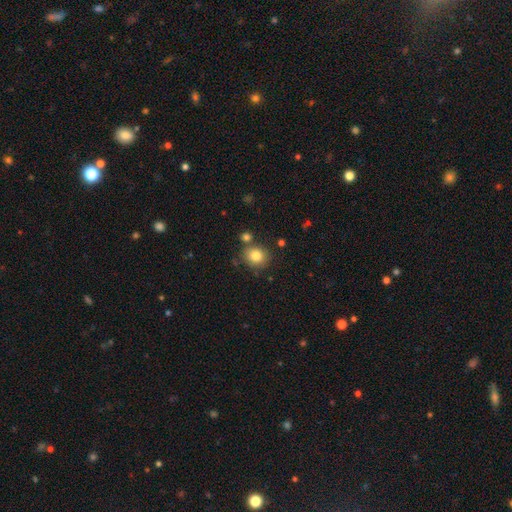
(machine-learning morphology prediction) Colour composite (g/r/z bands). It shows a smooth galaxy with no disk features (82%) that is round (79%). Merging: none (76%).